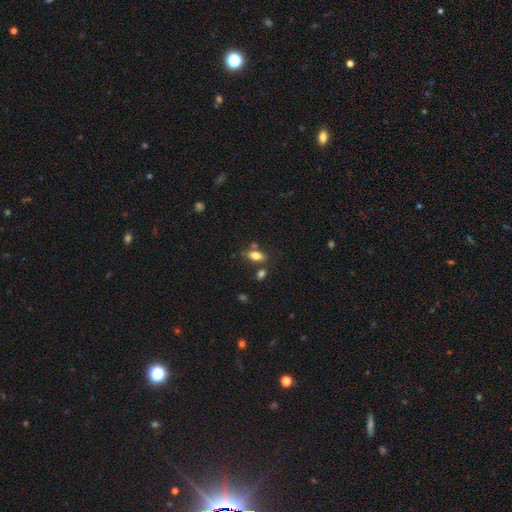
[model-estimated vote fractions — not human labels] Q: Smooth or featured?
A: smooth (78%); runner-up: featured or disk (13%)
Q: How rounded?
A: in between (86%); runner-up: cigar-shaped (8%)
Q: Merging?
A: none (69%); runner-up: minor disturbance (14%)